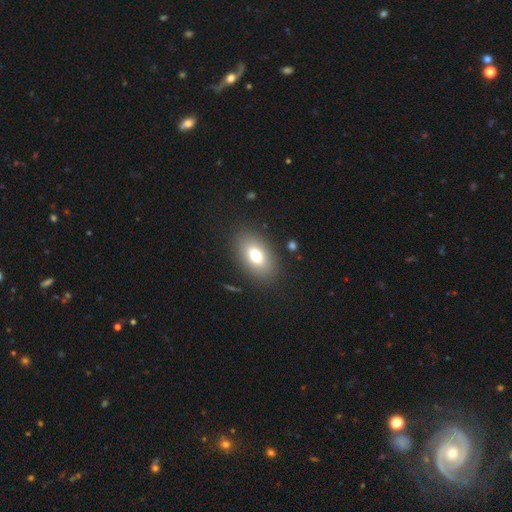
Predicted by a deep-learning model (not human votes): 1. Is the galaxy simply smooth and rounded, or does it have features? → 75% smooth, 16% featured or disk, 9% star or artifact.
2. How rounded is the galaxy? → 89% in between, 9% round, 2% cigar-shaped.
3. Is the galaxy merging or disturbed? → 86% none, 9% minor disturbance, 4% major disturbance, 2% merger.